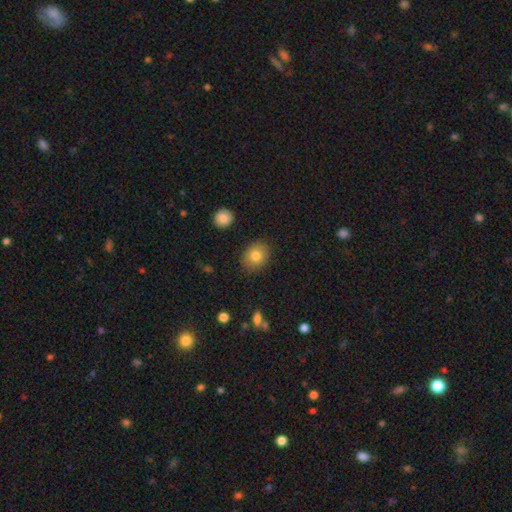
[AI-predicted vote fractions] A smooth galaxy with no disk features (80%) that is round (50%).

Vote fractions:
- Smooth or featured? smooth: 80% / featured or disk: 11% / star or artifact: 9%
- How rounded? round: 50% / in between: 49% / cigar-shaped: 1%
- Merging? none: 86% / minor disturbance: 10% / major disturbance: 3% / merger: 2%